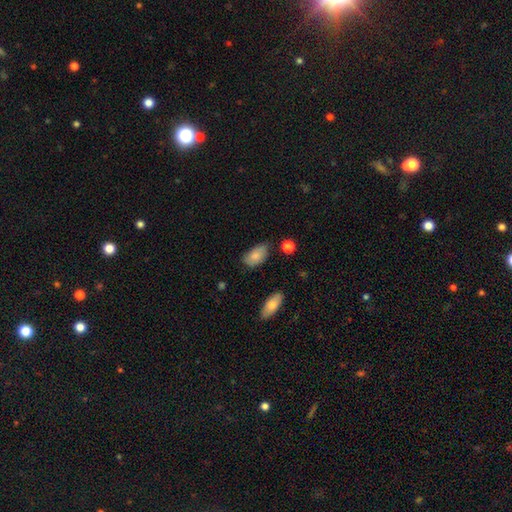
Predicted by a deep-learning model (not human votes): Morphology: type=smooth (82%); roundness=in between (93%); merging=none (61%).